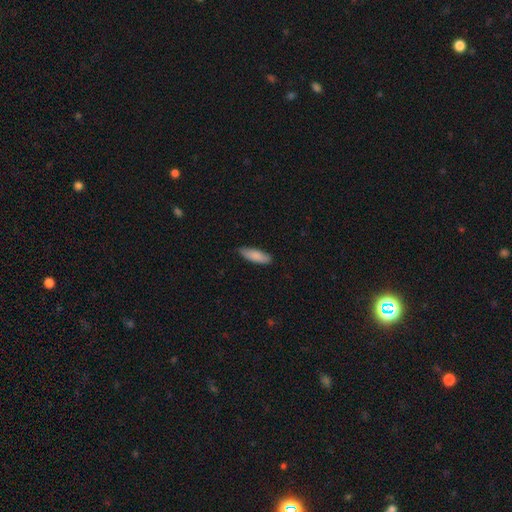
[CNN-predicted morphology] Smooth or featured? Predicted: smooth (p=0.86). How rounded? Predicted: in between (p=0.54). Merging? Predicted: none (p=0.82).